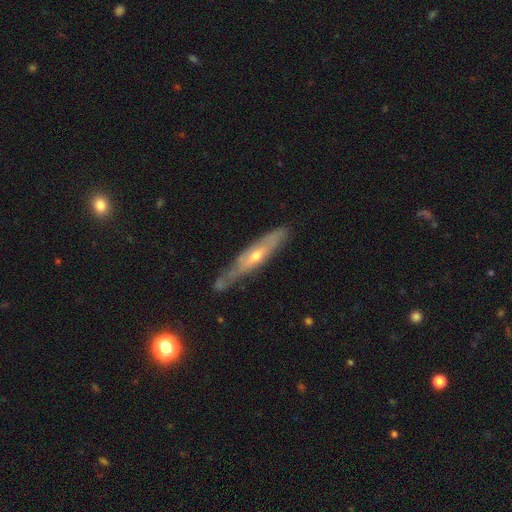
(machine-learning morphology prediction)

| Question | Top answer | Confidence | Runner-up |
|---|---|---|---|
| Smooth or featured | featured or disk | 68% | smooth (24%) |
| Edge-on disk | yes | 70% | no (30%) |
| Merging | none | 68% | minor disturbance (23%) |